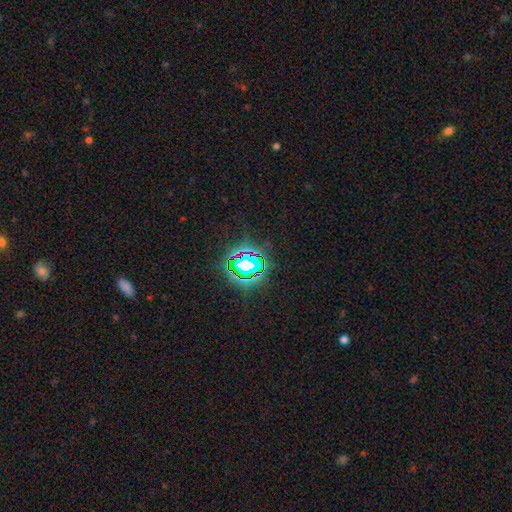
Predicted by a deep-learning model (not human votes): star or artifact 82%, smooth 12%, featured or disk 6%.